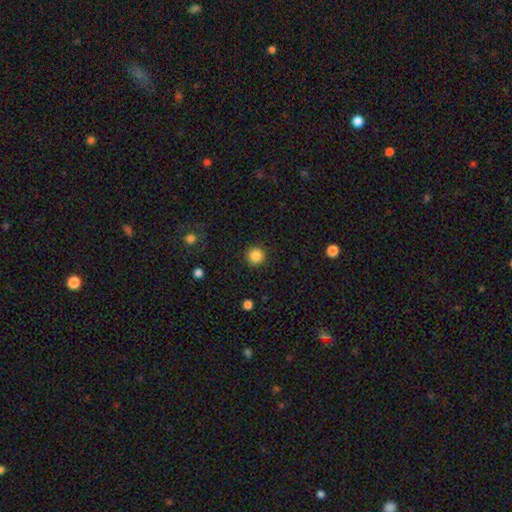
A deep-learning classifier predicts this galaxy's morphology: Smooth or featured? Predicted: smooth (p=0.86). How rounded? Predicted: round (p=0.95). Merging? Predicted: none (p=0.90).